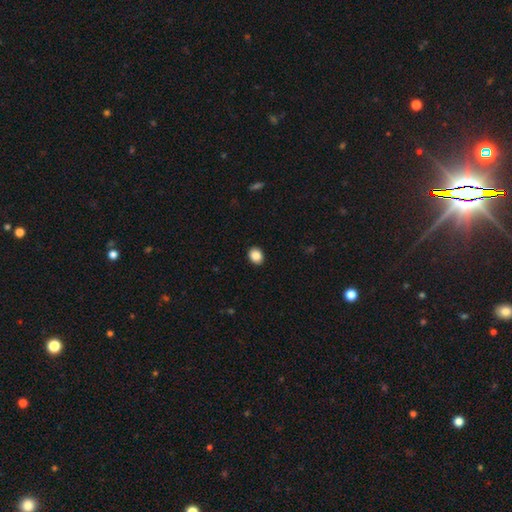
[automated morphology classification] Smooth or featured?
  - smooth: 88% *
  - star or artifact: 9%
  - featured or disk: 4%
How rounded?
  - round: 52% *
  - in between: 47%
  - cigar-shaped: 1%
Merging?
  - none: 91% *
  - minor disturbance: 6%
  - major disturbance: 2%
  - merger: 1%